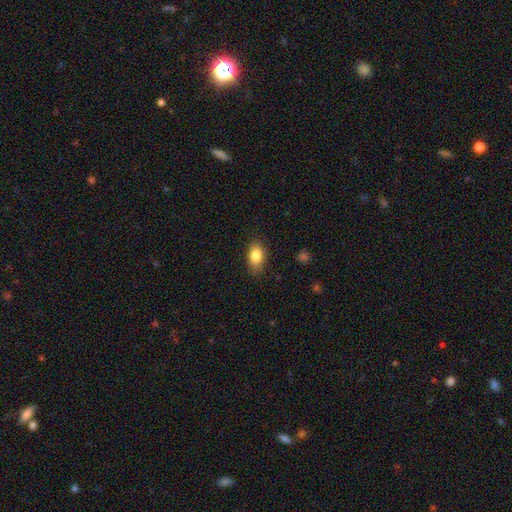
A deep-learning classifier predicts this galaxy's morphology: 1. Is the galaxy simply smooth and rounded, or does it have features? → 84% smooth, 8% featured or disk, 8% star or artifact.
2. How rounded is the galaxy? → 89% in between, 8% round, 3% cigar-shaped.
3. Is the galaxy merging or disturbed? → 81% none, 15% minor disturbance, 3% major disturbance, 1% merger.